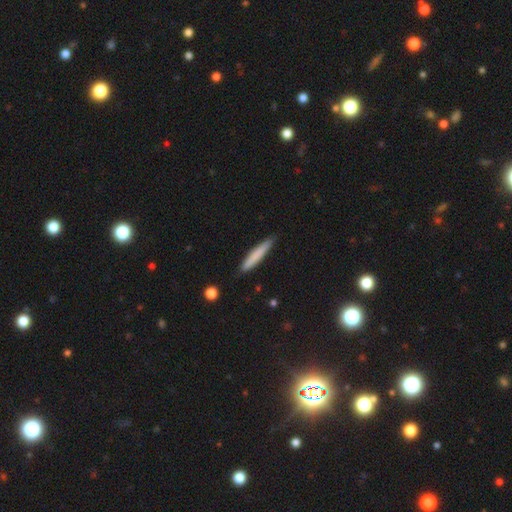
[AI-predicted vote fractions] Smooth or featured?
  - smooth: 75% *
  - featured or disk: 19%
  - star or artifact: 5%
How rounded?
  - cigar-shaped: 94% *
  - in between: 5%
  - round: 1%
Merging?
  - none: 86% *
  - minor disturbance: 11%
  - major disturbance: 2%
  - merger: 1%